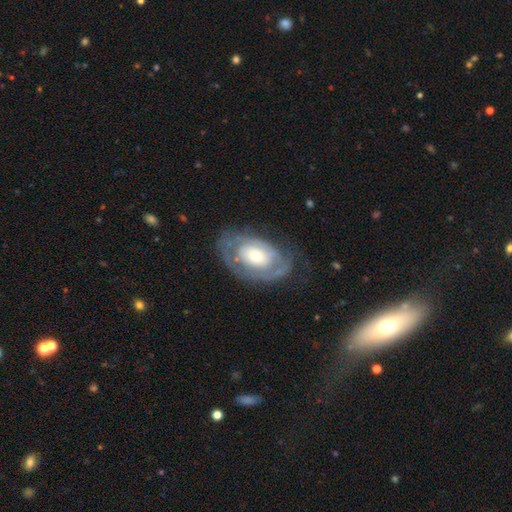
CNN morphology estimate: This is likely a featured or disk galaxy (67%). It is clearly not viewed edge-on (94%). Bar: likely no (78%). Spiral arm pattern: likely yes (61%). Central bulge: marginally moderate (45%). Merging: likely none (64%).